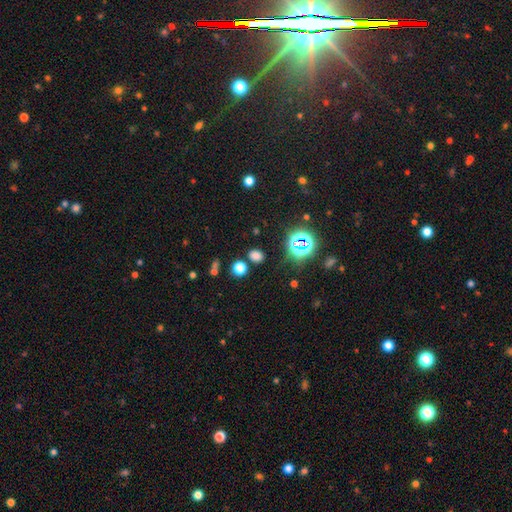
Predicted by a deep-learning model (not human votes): Smooth or featured? smooth (67%)
How rounded? round (55%)
Merging? none (82%)